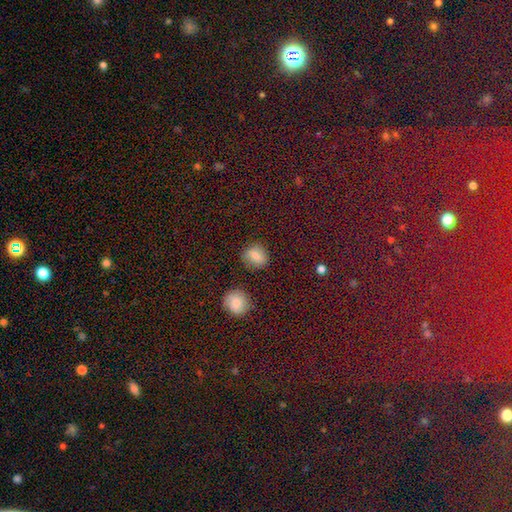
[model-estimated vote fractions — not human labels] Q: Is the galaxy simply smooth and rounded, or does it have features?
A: smooth — 75%.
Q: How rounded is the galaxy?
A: round — 69%.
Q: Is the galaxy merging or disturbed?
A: none — 79%.